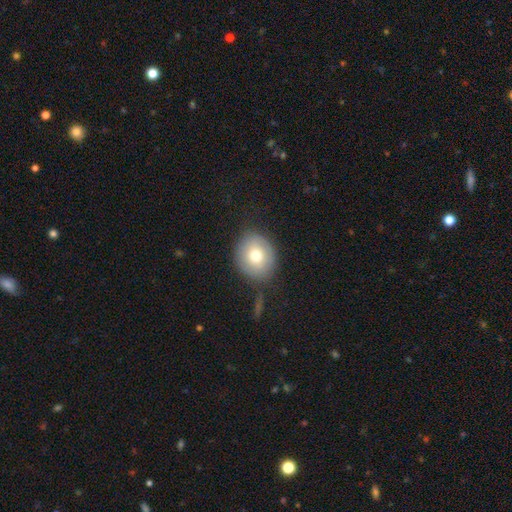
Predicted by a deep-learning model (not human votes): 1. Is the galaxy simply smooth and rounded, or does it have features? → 71% smooth, 20% featured or disk, 8% star or artifact.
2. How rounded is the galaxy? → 64% round, 35% in between, 1% cigar-shaped.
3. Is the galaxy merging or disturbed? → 76% none, 15% minor disturbance, 5% major disturbance, 4% merger.